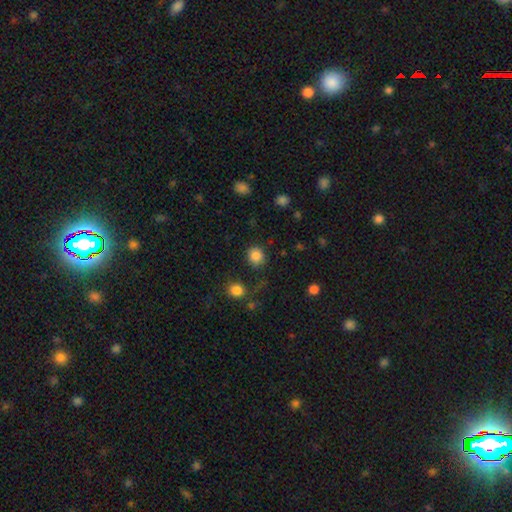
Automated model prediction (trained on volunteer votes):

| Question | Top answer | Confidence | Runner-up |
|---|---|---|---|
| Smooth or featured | smooth | 85% | star or artifact (11%) |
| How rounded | round | 86% | in between (13%) |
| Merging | none | 83% | minor disturbance (9%) |